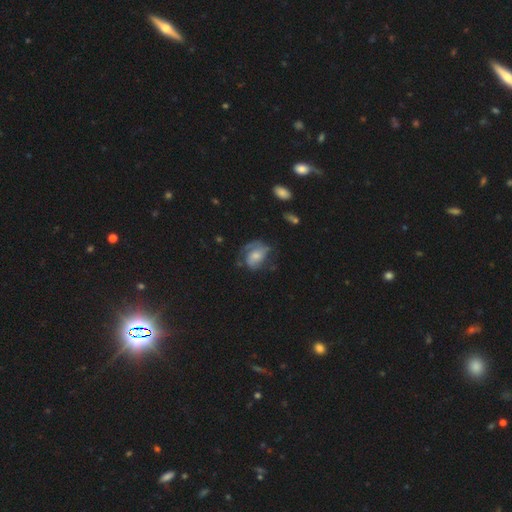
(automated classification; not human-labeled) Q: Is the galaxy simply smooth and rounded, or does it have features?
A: featured or disk — 64%.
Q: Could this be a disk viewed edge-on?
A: no — 97%.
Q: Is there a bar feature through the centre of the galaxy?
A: no — 60%.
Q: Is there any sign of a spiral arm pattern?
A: yes — 87%.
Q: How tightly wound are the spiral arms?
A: medium — 44%.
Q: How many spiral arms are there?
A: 2 — 62%.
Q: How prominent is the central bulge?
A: moderate — 42%.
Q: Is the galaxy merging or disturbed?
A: none — 52%.